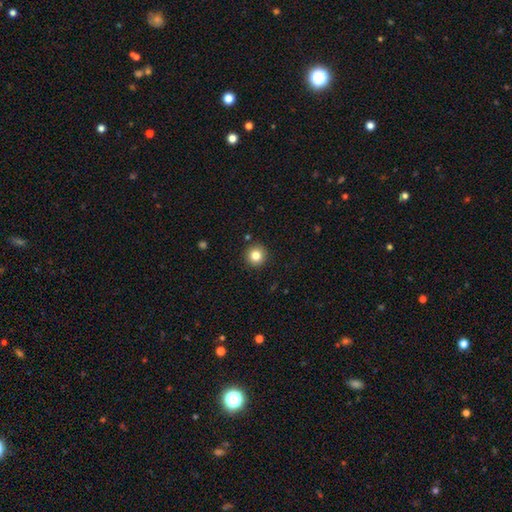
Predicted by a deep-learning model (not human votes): Overall: smooth (82%). How rounded: round (95%). Merging: none (91%).